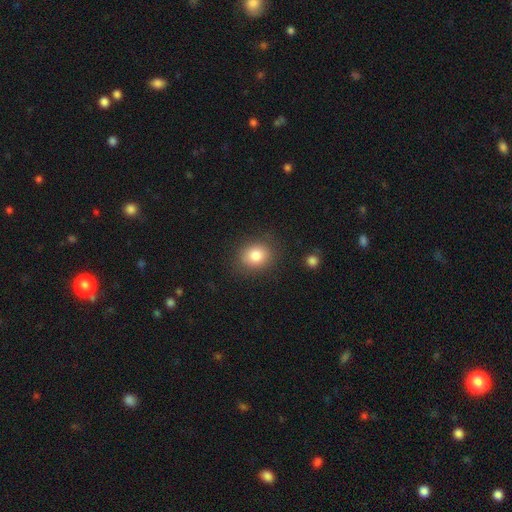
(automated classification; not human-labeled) The model was most divided on "how rounded": round: 63%, in between: 36%, cigar-shaped: 1%. More confident: merging — none (83%); smooth or featured — smooth (83%).